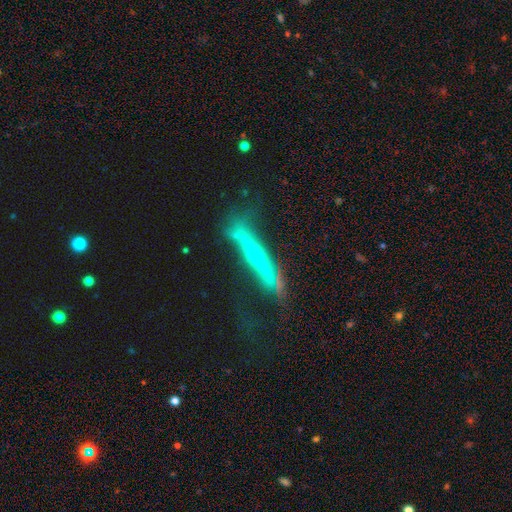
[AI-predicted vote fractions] A featured or disk galaxy (75%) viewed edge-on (93%) with a rounded central bulge (85%).

Vote fractions:
- Smooth or featured? featured or disk: 75% / smooth: 18% / star or artifact: 7%
- Edge-on disk? yes: 93% / no: 7%
- Edge-on bulge? rounded: 85% / none: 11% / boxy: 3%
- Merging? none: 64% / minor disturbance: 22% / major disturbance: 9% / merger: 5%